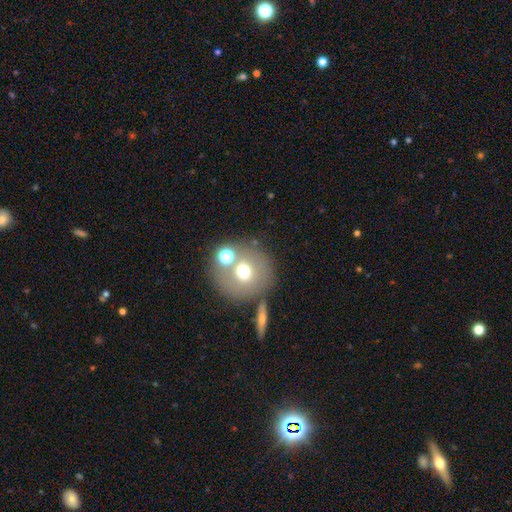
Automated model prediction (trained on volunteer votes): Overall: smooth (51%; featured or disk 27%). How rounded: round (87%). Merging: none (56%; merger 27%).